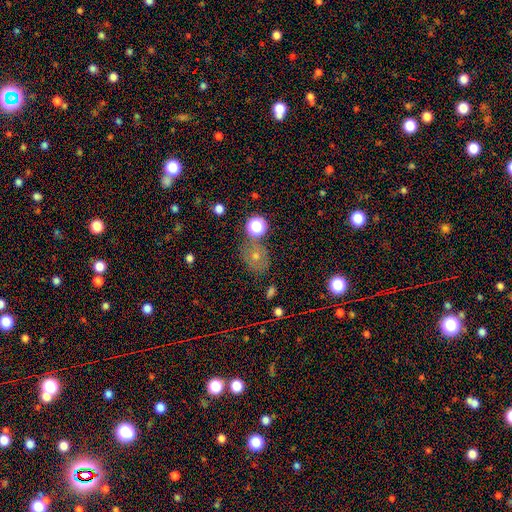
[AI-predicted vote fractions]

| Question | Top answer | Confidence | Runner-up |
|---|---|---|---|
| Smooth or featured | smooth | 55% | star or artifact (25%) |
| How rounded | round | 60% | in between (38%) |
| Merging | none | 66% | minor disturbance (17%) |